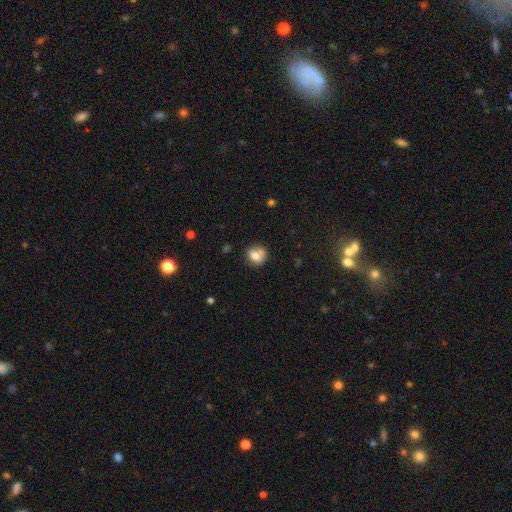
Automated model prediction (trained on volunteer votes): smooth 74%, featured or disk 15%, star or artifact 10%. Down the decision tree: how rounded — round (65%); merging — none (50%).